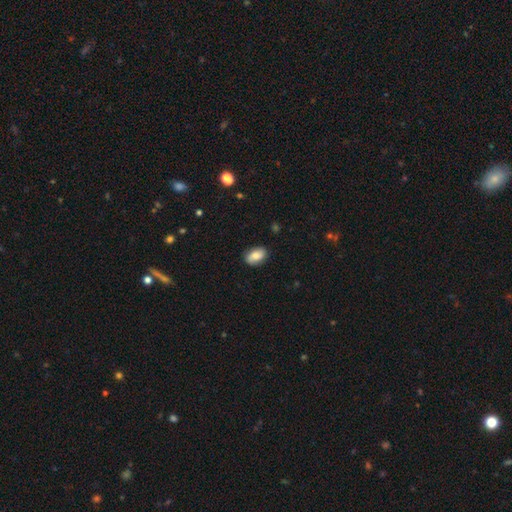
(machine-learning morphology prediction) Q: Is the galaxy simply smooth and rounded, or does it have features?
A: smooth — 79%.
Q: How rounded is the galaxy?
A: in between — 90%.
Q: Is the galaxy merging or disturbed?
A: none — 84%.